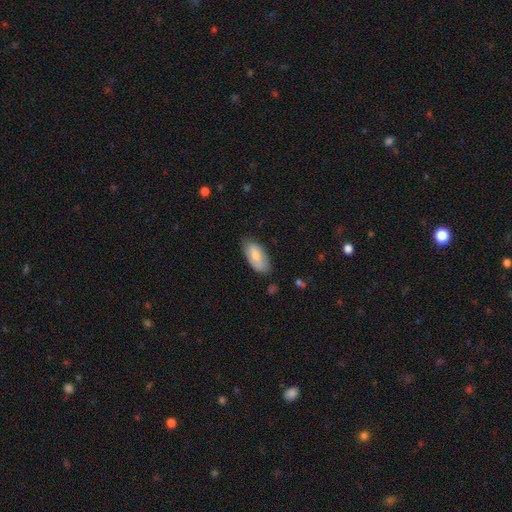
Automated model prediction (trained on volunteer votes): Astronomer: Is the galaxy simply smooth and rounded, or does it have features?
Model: smooth — 68%.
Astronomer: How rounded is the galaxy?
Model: in between — 91%.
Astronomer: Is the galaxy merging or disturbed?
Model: none — 73%.